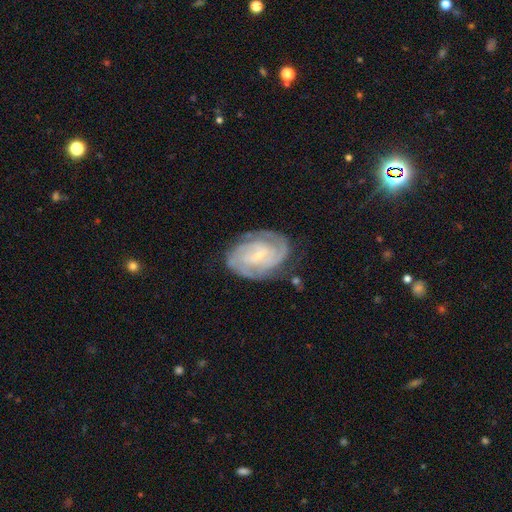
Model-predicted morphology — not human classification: featured or disk 82%, smooth 10%, star or artifact 8%. Down the decision tree: edge-on disk — no (97%); bar — weak (45%); spiral arms — yes (97%); spiral arm count — 2 (46%); spiral winding — tight (70%); bulge size — small (68%); merging — none (77%).